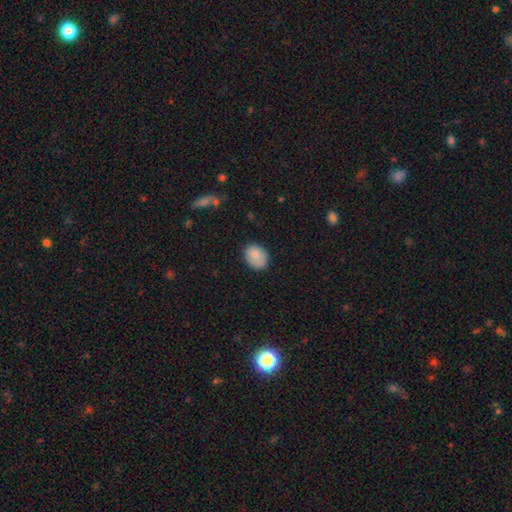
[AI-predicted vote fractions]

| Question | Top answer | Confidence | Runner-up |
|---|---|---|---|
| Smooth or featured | smooth | 82% | featured or disk (10%) |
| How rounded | in between | 58% | round (41%) |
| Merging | none | 78% | minor disturbance (17%) |